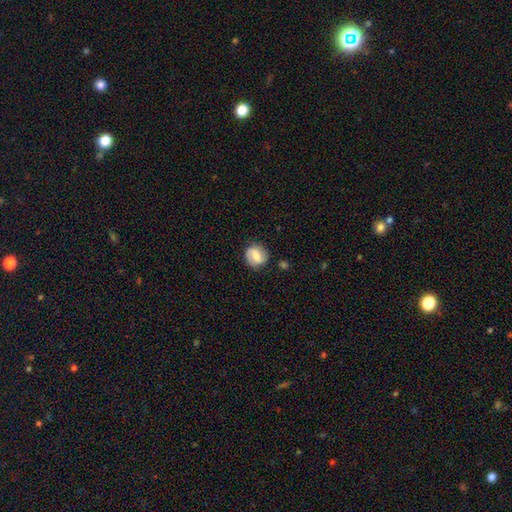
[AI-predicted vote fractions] Overall: featured or disk (49%; smooth 43%). Merging: none (78%).